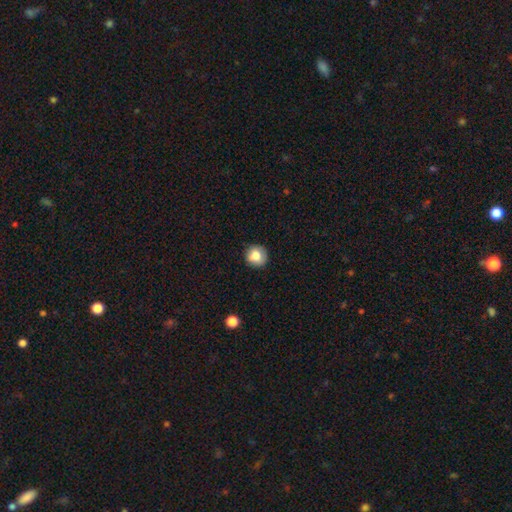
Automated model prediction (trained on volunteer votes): Smooth or featured? Predicted: smooth (p=0.81). How rounded? Predicted: round (p=0.89). Merging? Predicted: none (p=0.85).